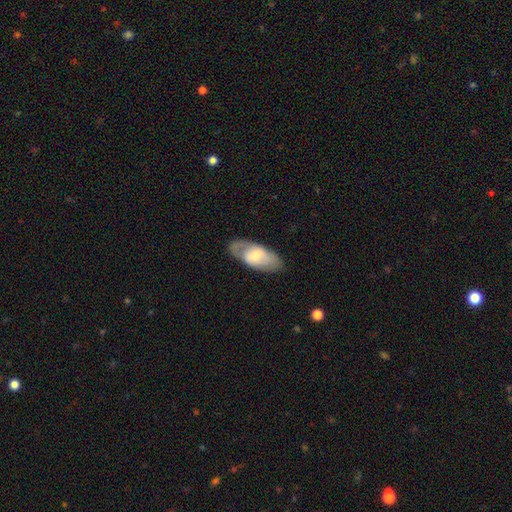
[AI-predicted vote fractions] Smooth or featured? Predicted: smooth (p=0.53). How rounded? Predicted: in between (p=0.89). Merging? Predicted: none (p=0.74).